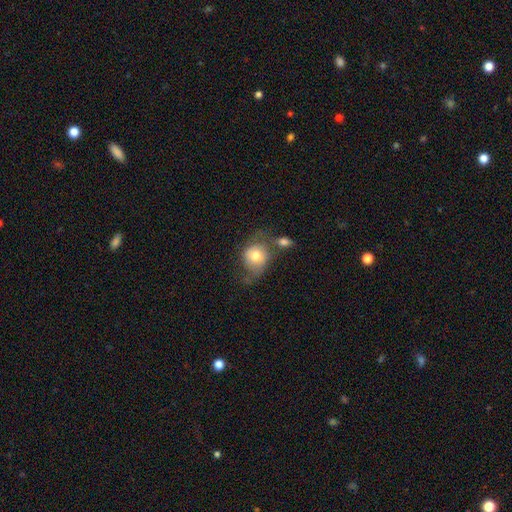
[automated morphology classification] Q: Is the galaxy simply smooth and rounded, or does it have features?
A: smooth — 66%.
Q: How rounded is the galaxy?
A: round — 65%.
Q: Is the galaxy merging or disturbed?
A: none — 33%.